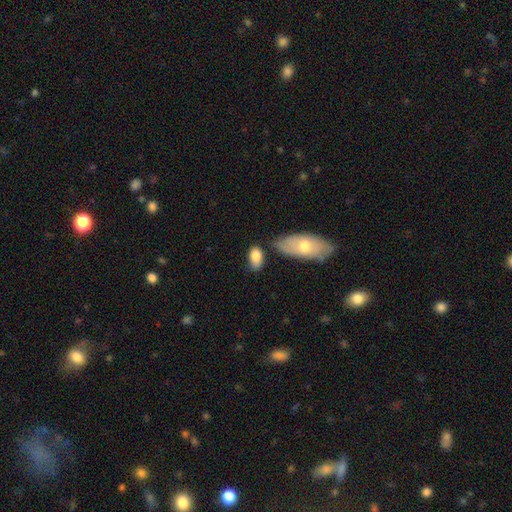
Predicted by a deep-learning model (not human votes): This appears to be a smooth galaxy with no disk features (81%) that is in between round and cigar-shaped (89%). Merging: none (55%).